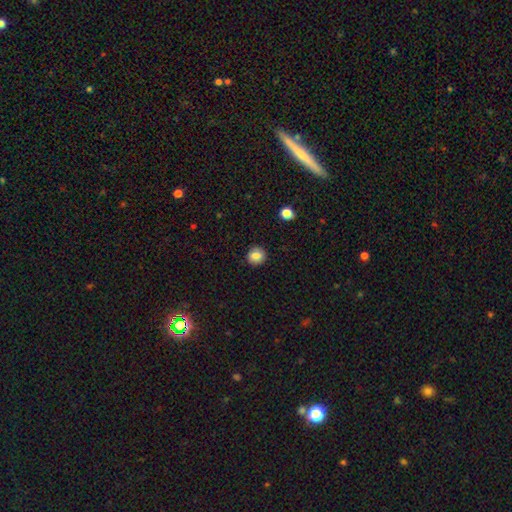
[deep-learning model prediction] smooth 81%, star or artifact 10%, featured or disk 10%. Down the decision tree: how rounded — round (85%); merging — none (88%).